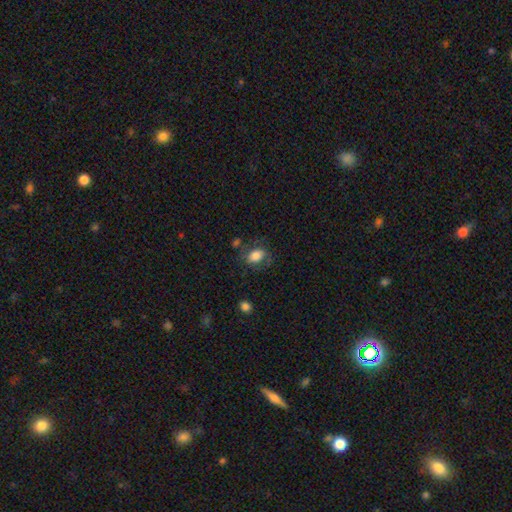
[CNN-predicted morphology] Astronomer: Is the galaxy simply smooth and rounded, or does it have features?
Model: smooth — 75%.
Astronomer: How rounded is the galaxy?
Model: in between — 83%.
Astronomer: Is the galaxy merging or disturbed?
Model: none — 62%.